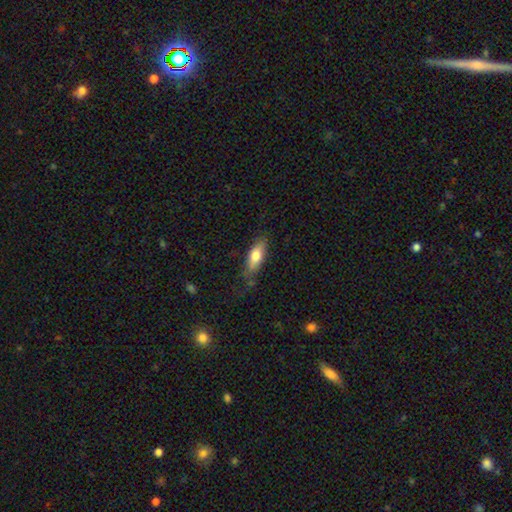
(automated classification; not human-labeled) Smooth or featured? Predicted: smooth (p=0.74). How rounded? Predicted: in between (p=0.68). Merging? Predicted: none (p=0.71).